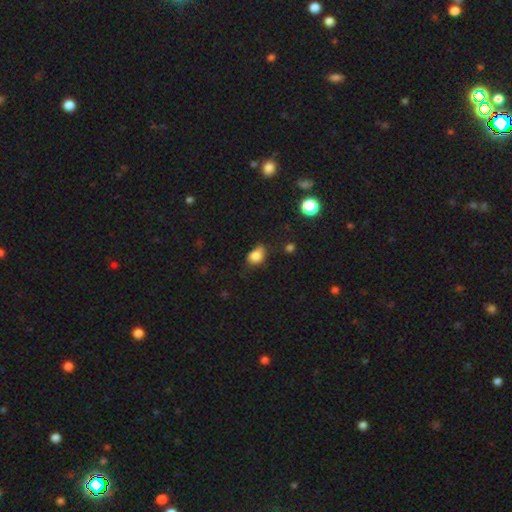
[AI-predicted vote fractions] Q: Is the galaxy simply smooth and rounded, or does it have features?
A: smooth — 83%.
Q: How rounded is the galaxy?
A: in between — 67%.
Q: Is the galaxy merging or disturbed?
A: none — 50%.